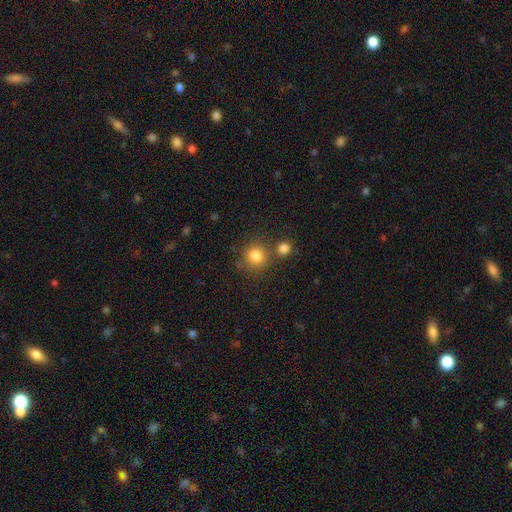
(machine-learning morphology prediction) smooth-or-featured: smooth: 82% | star or artifact: 12% | featured or disk: 6%
  how-rounded: round: 89% | in between: 10% | cigar-shaped: 1%
  merging: none: 70% | merger: 17% | minor disturbance: 10% | major disturbance: 4%